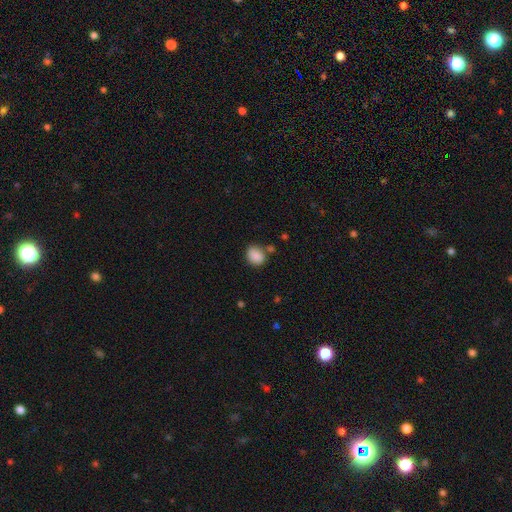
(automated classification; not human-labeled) smooth_or_featured: smooth (p=0.88) [alt: star or artifact p=0.08]
how_rounded: round (p=0.50) [alt: in between p=0.49]
merging: none (p=0.70) [alt: minor disturbance p=0.16]